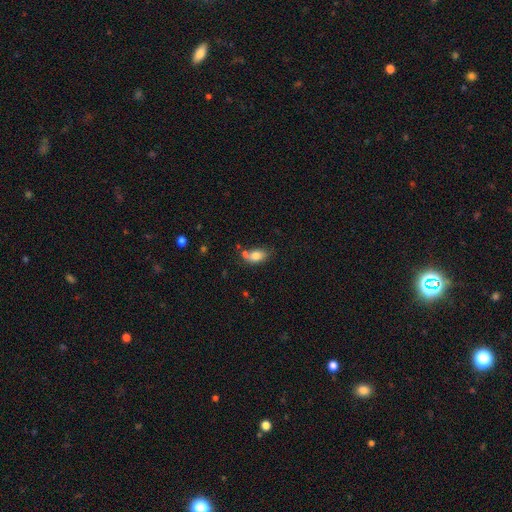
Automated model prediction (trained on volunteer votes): Morphology: type=smooth (78%); roundness=in between (87%); merging=none (47%).